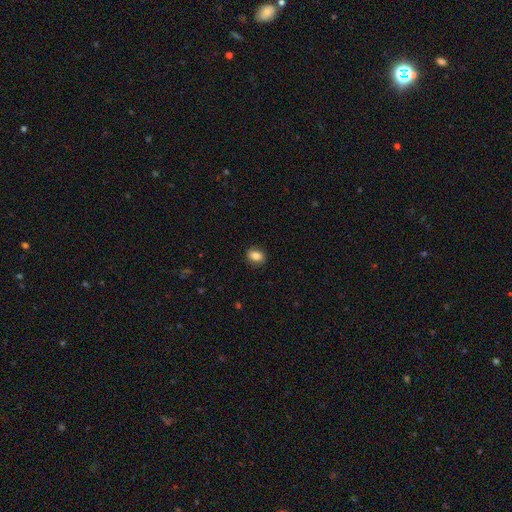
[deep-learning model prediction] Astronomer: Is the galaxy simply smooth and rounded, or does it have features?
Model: smooth — 83%.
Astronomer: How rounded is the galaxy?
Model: in between — 68%.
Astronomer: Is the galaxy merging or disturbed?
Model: none — 87%.